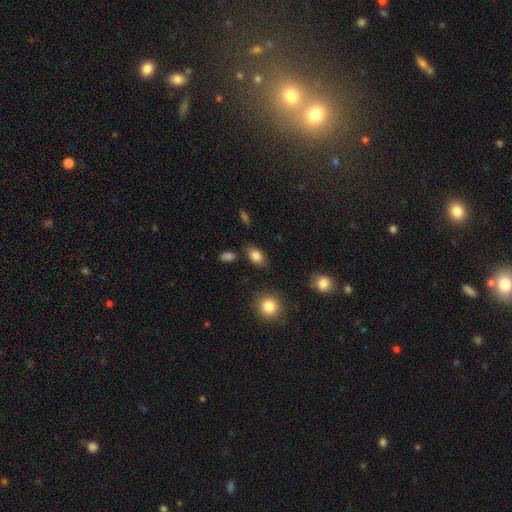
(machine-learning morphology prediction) Smooth or featured?
  - smooth: 82% *
  - featured or disk: 9%
  - star or artifact: 9%
How rounded?
  - in between: 86% *
  - round: 11%
  - cigar-shaped: 2%
Merging?
  - none: 82% *
  - minor disturbance: 12%
  - merger: 3%
  - major disturbance: 3%